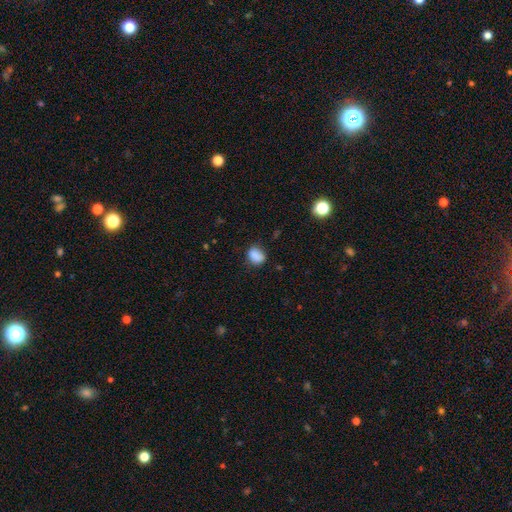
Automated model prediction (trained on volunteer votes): This appears to be a smooth galaxy with no disk features (86%) that is in between round and cigar-shaped (60%). Merging: none (72%).